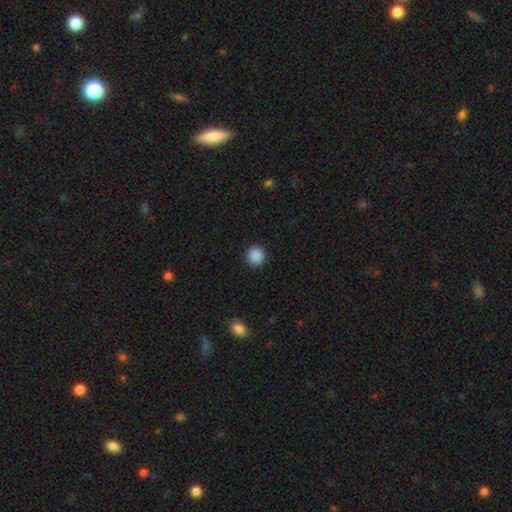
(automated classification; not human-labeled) This is clearly a smooth galaxy (88%). How rounded: clearly round (94%). Merging: clearly none (91%).